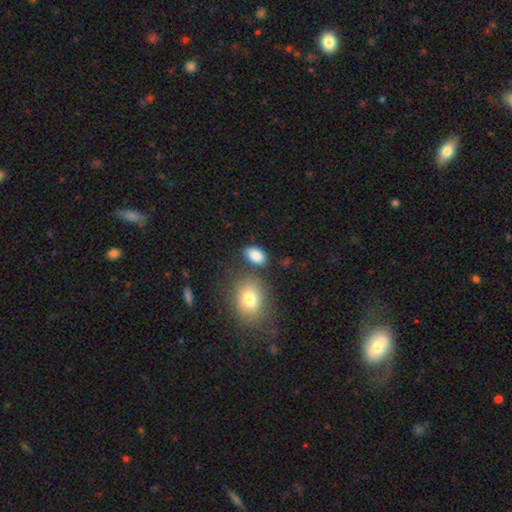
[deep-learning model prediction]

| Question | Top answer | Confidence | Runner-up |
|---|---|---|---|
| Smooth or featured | smooth | 86% | star or artifact (9%) |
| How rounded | in between | 87% | round (11%) |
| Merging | none | 71% | minor disturbance (15%) |